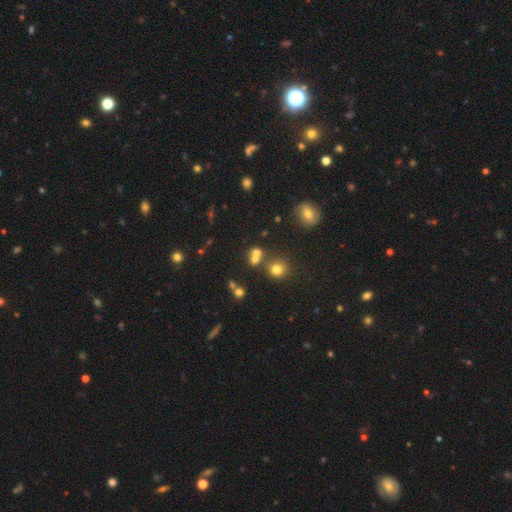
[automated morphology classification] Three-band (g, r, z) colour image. It shows a smooth galaxy with no disk features (65%) that is round (72%). Merging: none (46%).